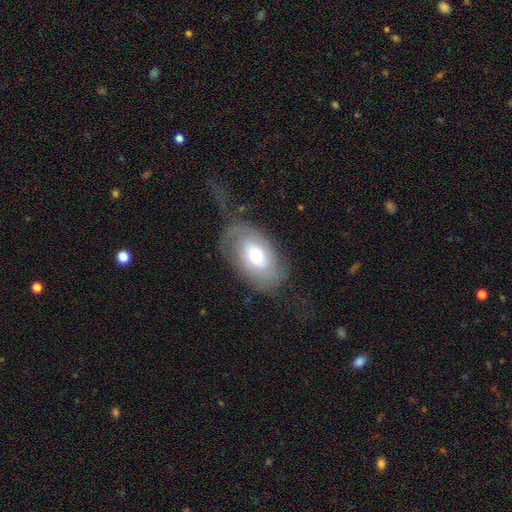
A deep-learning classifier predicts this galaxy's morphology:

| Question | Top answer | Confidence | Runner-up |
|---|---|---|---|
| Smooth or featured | featured or disk | 47% | smooth (45%) |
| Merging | none | 54% | minor disturbance (22%) |